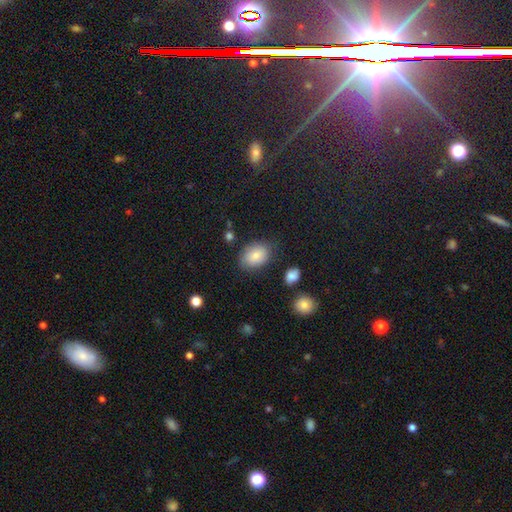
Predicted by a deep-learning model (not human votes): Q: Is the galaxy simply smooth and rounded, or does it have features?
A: smooth — 81%.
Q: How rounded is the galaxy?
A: in between — 80%.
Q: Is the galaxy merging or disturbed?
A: none — 75%.